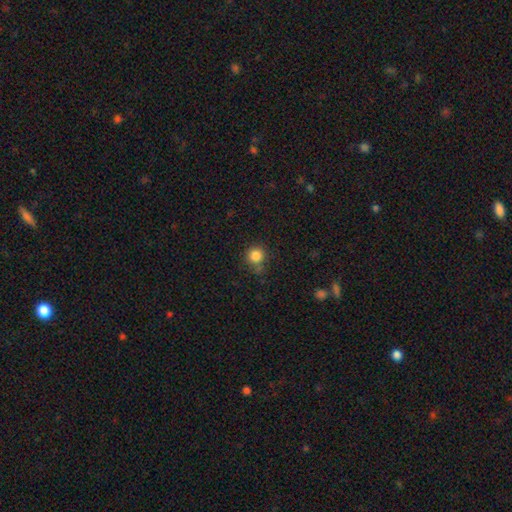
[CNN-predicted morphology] Smooth or featured: smooth — 84% (star or artifact — 12%)
How rounded: round — 92% (in between — 7%)
Merging: none — 74% (minor disturbance — 17%)